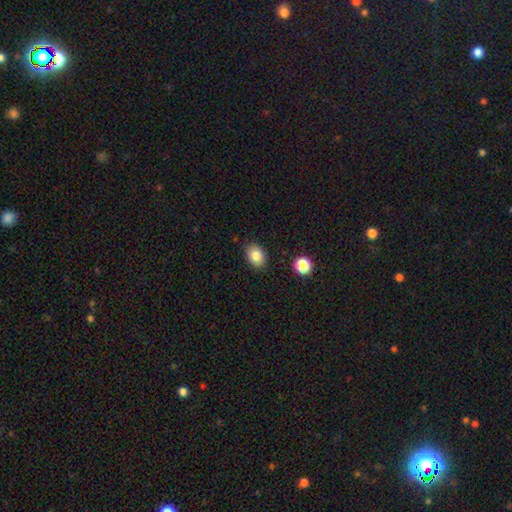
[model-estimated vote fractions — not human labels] A smooth galaxy with no disk features (84%) that is in between round and cigar-shaped (76%). Merging: none (85%).